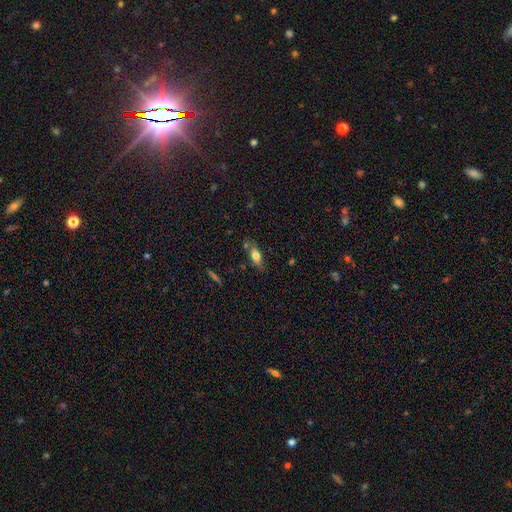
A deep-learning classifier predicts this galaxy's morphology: Overall: smooth (70%). How rounded: in between (74%). Merging: none (70%).